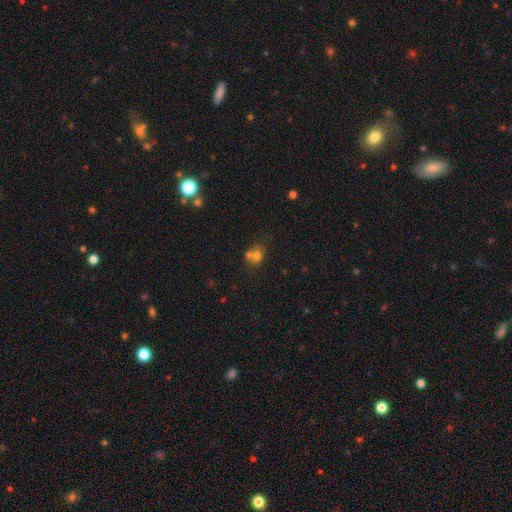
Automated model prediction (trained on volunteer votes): smooth_or_featured: smooth (p=0.69) [alt: star or artifact p=0.16]
how_rounded: round (p=0.65) [alt: in between p=0.34]
merging: merger (p=0.48) [alt: none p=0.39]